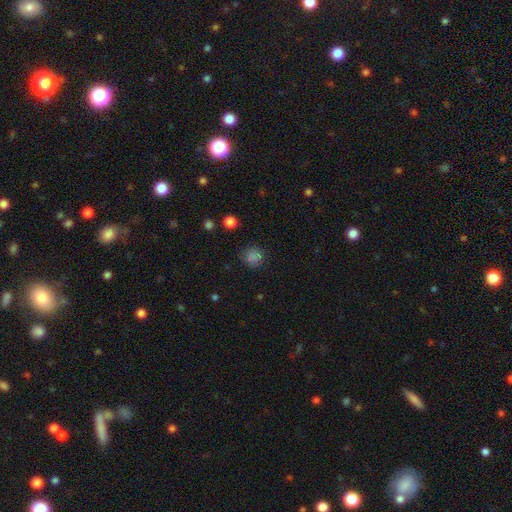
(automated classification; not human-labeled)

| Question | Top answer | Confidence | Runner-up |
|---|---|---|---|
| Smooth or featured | smooth | 75% | star or artifact (20%) |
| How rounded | round | 89% | in between (10%) |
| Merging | none | 84% | minor disturbance (10%) |